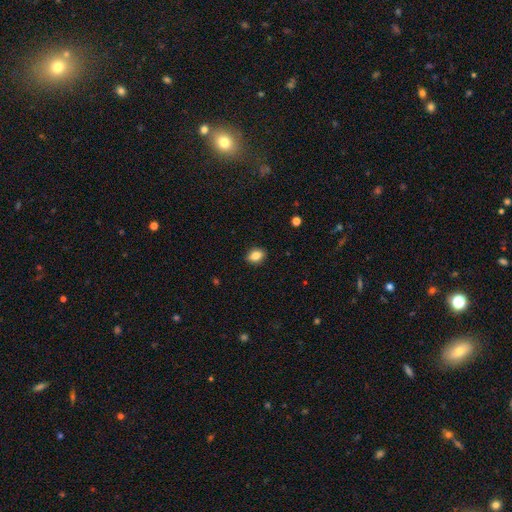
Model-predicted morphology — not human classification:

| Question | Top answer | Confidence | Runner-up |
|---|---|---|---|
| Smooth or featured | smooth | 84% | star or artifact (9%) |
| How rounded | in between | 73% | round (25%) |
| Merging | none | 89% | minor disturbance (8%) |